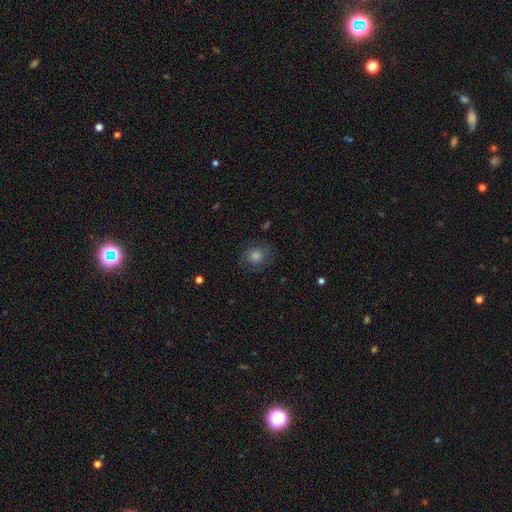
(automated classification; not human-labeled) This is possibly a smooth galaxy (56%). How rounded: likely round (80%). Merging: likely none (78%).